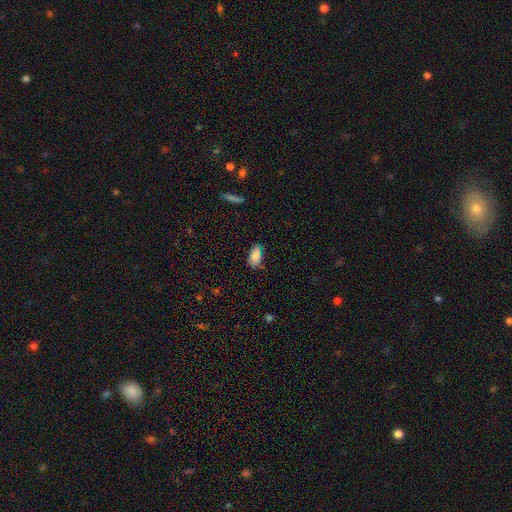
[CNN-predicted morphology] Overall: smooth (83%). How rounded: in between (92%). Merging: none (67%).